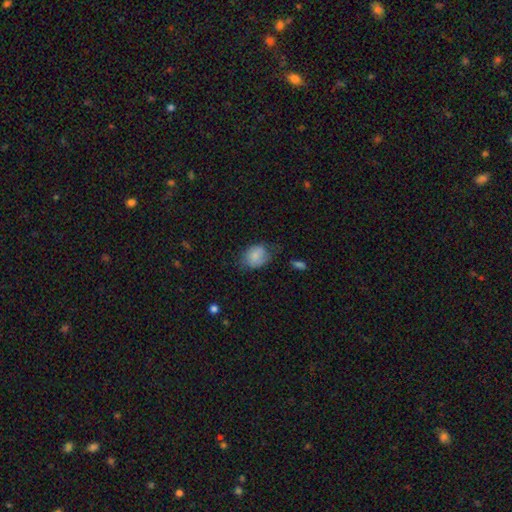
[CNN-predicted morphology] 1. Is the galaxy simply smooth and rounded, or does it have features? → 78% smooth, 14% featured or disk, 8% star or artifact.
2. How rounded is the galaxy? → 60% in between, 39% round, 1% cigar-shaped.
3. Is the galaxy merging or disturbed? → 55% none, 32% minor disturbance, 11% major disturbance, 2% merger.